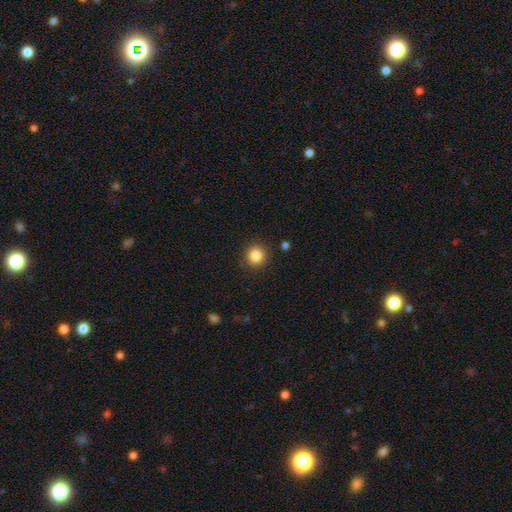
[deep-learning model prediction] Smooth or featured?
  - smooth: 85% *
  - star or artifact: 10%
  - featured or disk: 4%
How rounded?
  - round: 92% *
  - in between: 7%
  - cigar-shaped: 1%
Merging?
  - none: 90% *
  - minor disturbance: 6%
  - major disturbance: 2%
  - merger: 1%